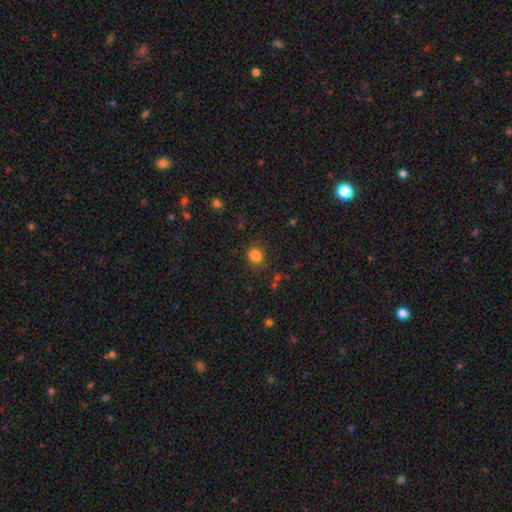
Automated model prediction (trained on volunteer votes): smooth 82%, star or artifact 14%, featured or disk 5%. Down the decision tree: how rounded — round (81%); merging — none (79%).